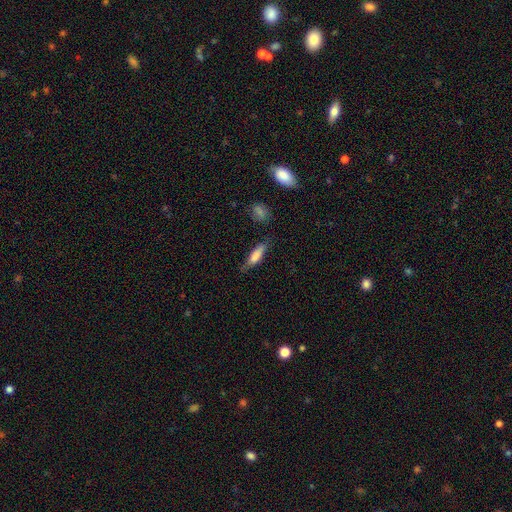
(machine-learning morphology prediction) A smooth galaxy with no disk features (73%) that is cigar-shaped (62%).

Vote fractions:
- Smooth or featured? smooth: 73% / featured or disk: 20% / star or artifact: 7%
- How rounded? cigar-shaped: 62% / in between: 36% / round: 2%
- Merging? none: 66% / minor disturbance: 24% / major disturbance: 7% / merger: 4%